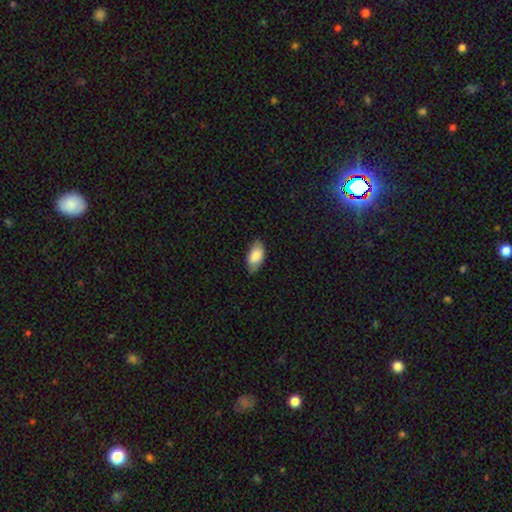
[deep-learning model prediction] Smooth or featured?
  - smooth: 85% *
  - featured or disk: 9%
  - star or artifact: 6%
How rounded?
  - in between: 93% *
  - cigar-shaped: 5%
  - round: 2%
Merging?
  - none: 80% *
  - minor disturbance: 16%
  - major disturbance: 3%
  - merger: 1%